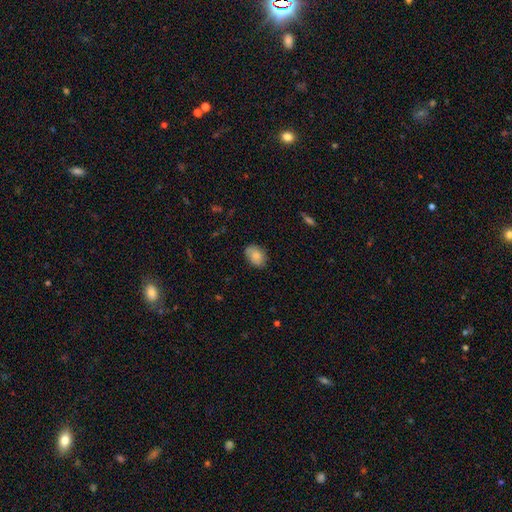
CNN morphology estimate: smooth 78%, featured or disk 14%, star or artifact 8%. Down the decision tree: how rounded — in between (74%); merging — none (76%).